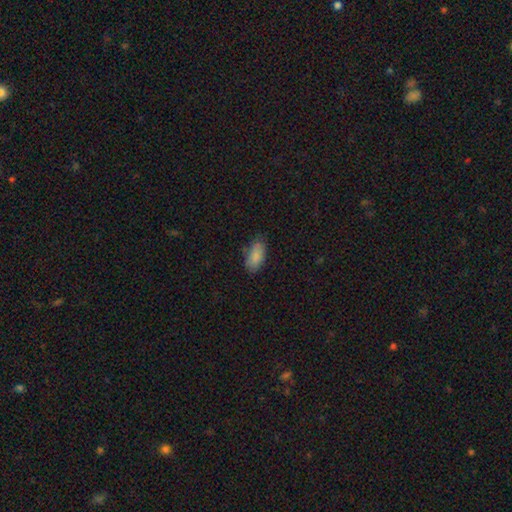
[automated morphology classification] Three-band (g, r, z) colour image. It shows a smooth galaxy with no disk features (85%) that is in between round and cigar-shaped (93%). Merging: none (70%).